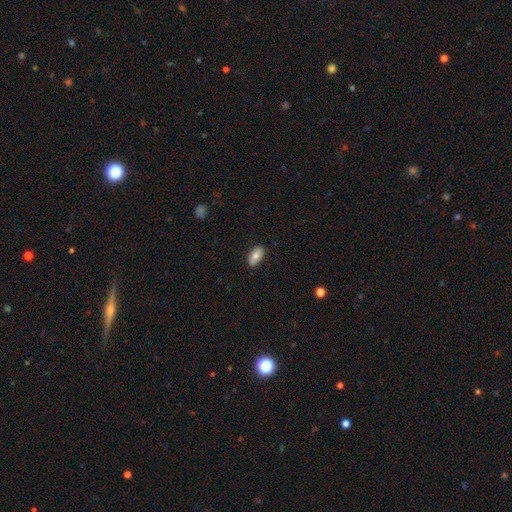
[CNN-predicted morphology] A smooth galaxy with no disk features (76%) that is in between round and cigar-shaped (91%).

Vote fractions:
- Smooth or featured? smooth: 76% / featured or disk: 17% / star or artifact: 7%
- How rounded? in between: 91% / cigar-shaped: 5% / round: 4%
- Merging? none: 84% / minor disturbance: 13% / major disturbance: 2% / merger: 1%